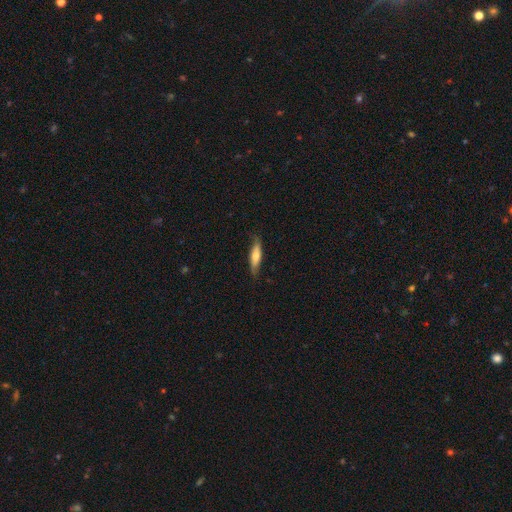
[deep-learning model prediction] Morphology: type=smooth (58%); roundness=cigar-shaped (69%); merging=none (78%).